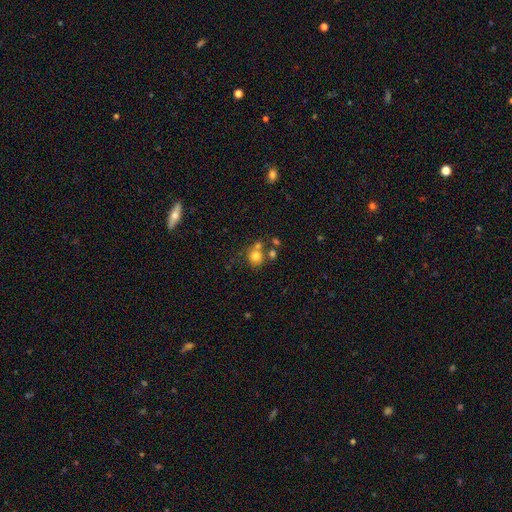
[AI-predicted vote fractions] This is likely a smooth galaxy (77%). How rounded: clearly round (85%). Merging: possibly none (56%).